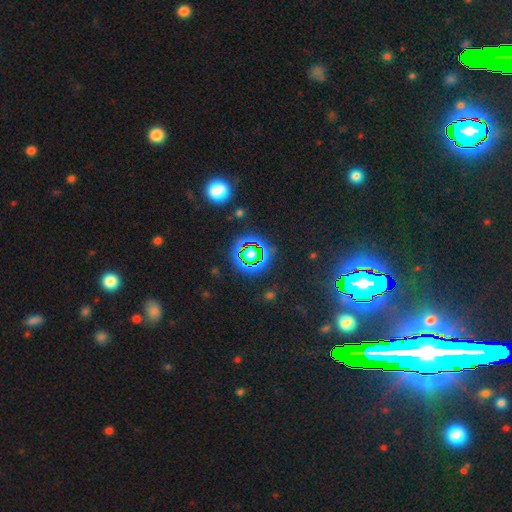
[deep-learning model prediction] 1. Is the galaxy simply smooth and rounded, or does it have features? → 79% star or artifact, 11% smooth, 9% featured or disk.